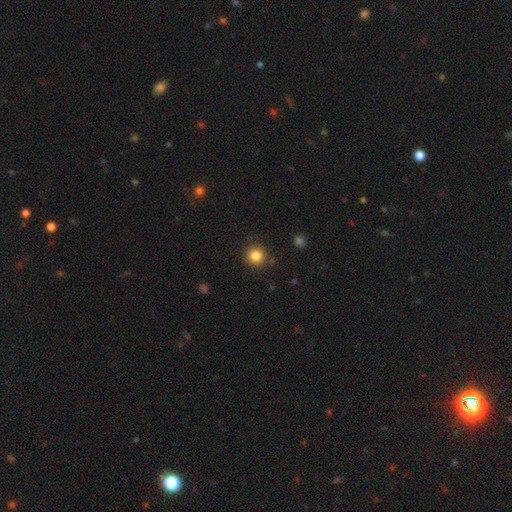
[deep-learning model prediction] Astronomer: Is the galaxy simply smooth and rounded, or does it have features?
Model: smooth — 84%.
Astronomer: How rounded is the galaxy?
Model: round — 94%.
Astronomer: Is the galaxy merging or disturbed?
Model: none — 89%.